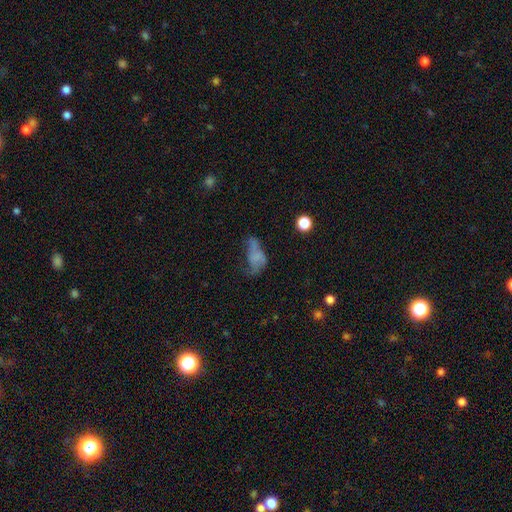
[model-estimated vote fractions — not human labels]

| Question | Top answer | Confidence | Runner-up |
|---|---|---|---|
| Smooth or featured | smooth | 48% | featured or disk (36%) |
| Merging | major disturbance | 41% | none (28%) |